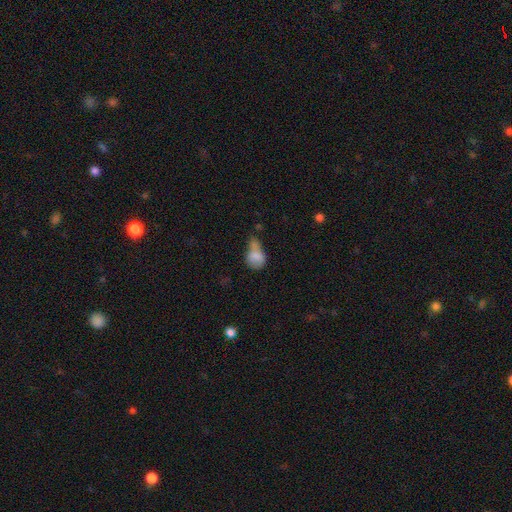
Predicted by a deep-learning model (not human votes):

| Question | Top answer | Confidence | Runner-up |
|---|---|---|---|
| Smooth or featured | smooth | 75% | featured or disk (15%) |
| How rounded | in between | 61% | round (36%) |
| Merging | merger | 32% | minor disturbance (25%) |